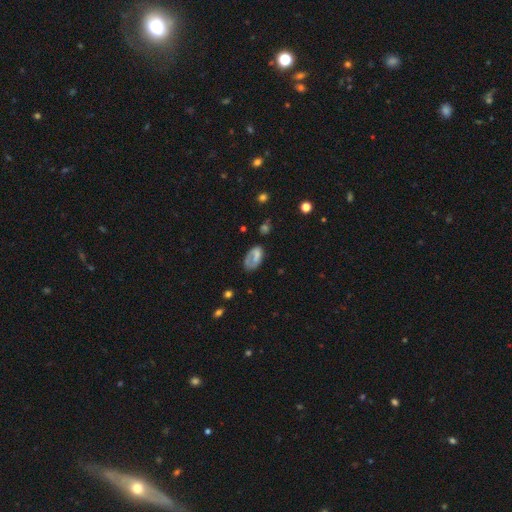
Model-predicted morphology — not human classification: Overall: smooth (60%; featured or disk 30%). How rounded: in between (90%). Merging: none (44%; minor disturbance 27%).